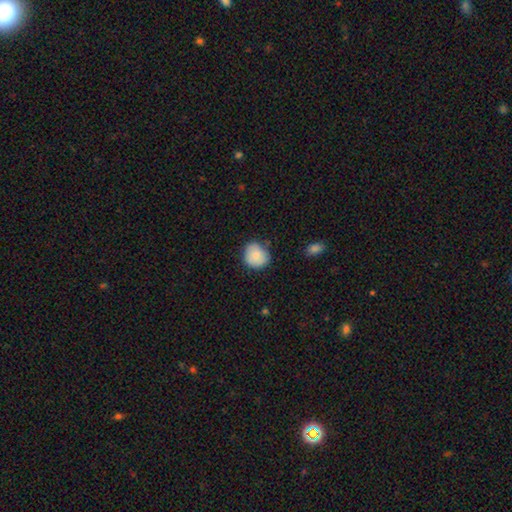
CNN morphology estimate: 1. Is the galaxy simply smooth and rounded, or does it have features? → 83% smooth, 9% featured or disk, 8% star or artifact.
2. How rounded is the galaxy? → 77% round, 22% in between, 1% cigar-shaped.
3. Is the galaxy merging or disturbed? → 73% none, 21% minor disturbance, 4% major disturbance, 2% merger.